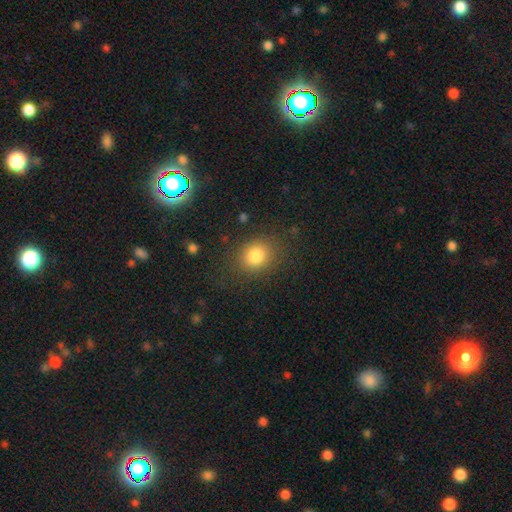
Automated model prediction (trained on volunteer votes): smooth-or-featured: smooth: 81% | star or artifact: 11% | featured or disk: 8%
  how-rounded: round: 57% | in between: 42% | cigar-shaped: 1%
  merging: none: 82% | minor disturbance: 12% | major disturbance: 5% | merger: 2%